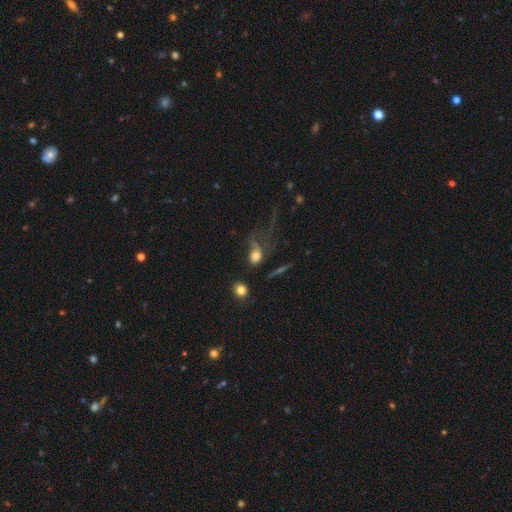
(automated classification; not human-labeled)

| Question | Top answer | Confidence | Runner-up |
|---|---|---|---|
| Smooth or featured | smooth | 62% | featured or disk (27%) |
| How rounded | in between | 56% | round (40%) |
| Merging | major disturbance | 47% | none (28%) |